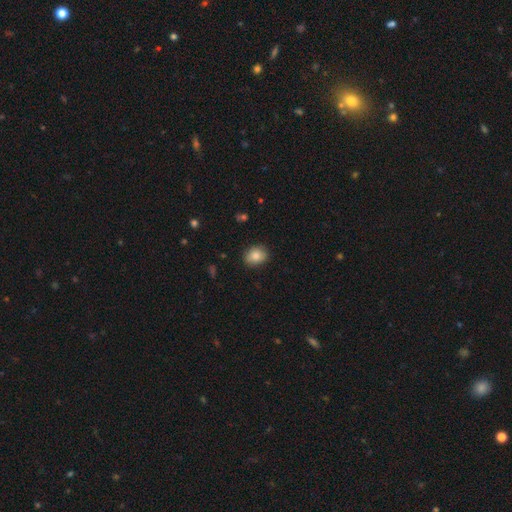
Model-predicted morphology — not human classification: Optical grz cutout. It shows a smooth galaxy with no disk features (86%) that is in between round and cigar-shaped (50%). Merging: none (85%).